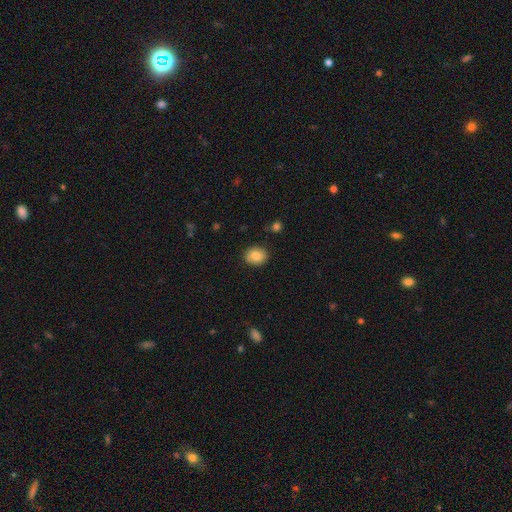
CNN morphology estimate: A smooth galaxy with no disk features (84%) that is round (56%). Merging: none (87%).